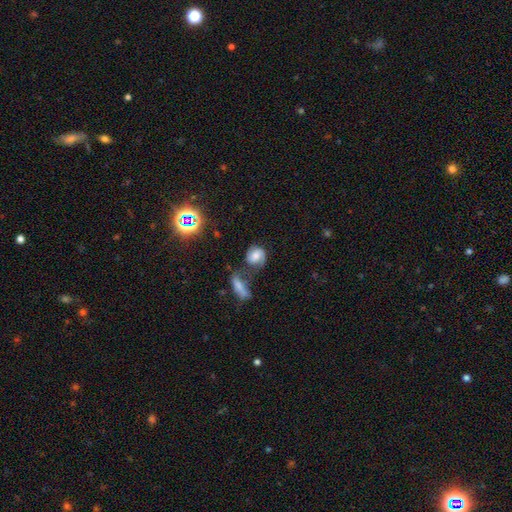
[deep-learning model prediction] This is possibly a featured or disk galaxy (48%). Merging: marginally none (43%).